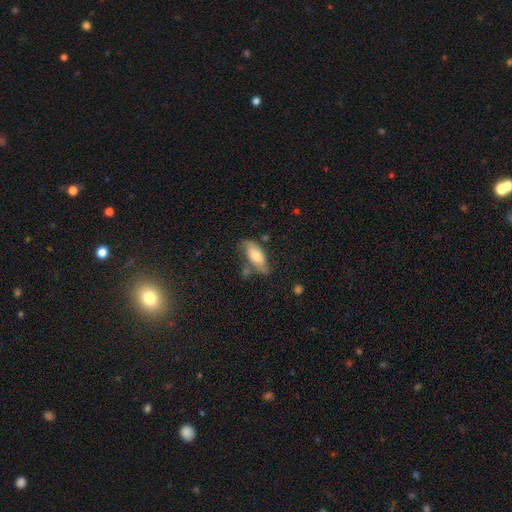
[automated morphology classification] Smooth or featured: smooth — 64% (featured or disk — 29%)
How rounded: in between — 82% (cigar-shaped — 15%)
Merging: none — 56% (minor disturbance — 27%)